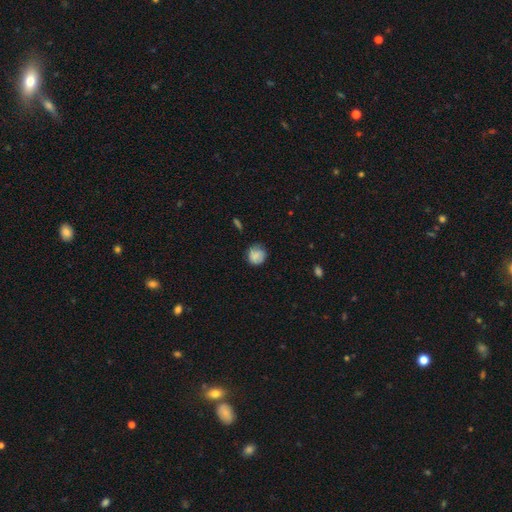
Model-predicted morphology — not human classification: Smooth or featured?
  - smooth: 81% *
  - featured or disk: 11%
  - star or artifact: 8%
How rounded?
  - round: 88% *
  - in between: 11%
  - cigar-shaped: 1%
Merging?
  - none: 73% *
  - minor disturbance: 21%
  - major disturbance: 5%
  - merger: 1%